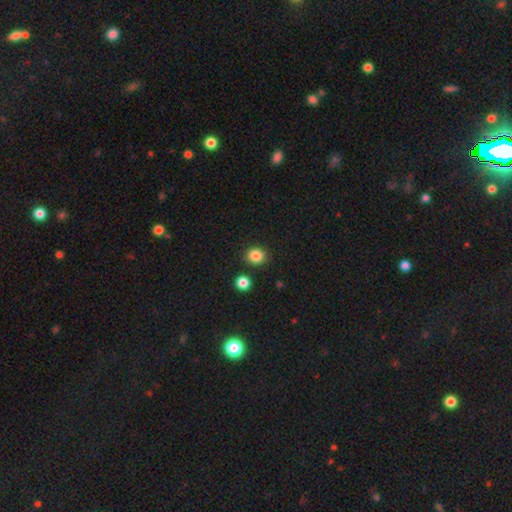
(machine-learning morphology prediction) The model was most divided on "how rounded": round: 78%, in between: 21%, cigar-shaped: 1%. More confident: merging — none (87%); smooth or featured — smooth (85%).